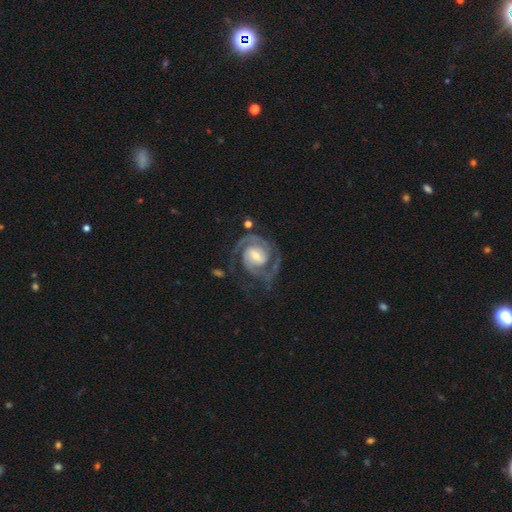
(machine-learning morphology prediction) Smooth or featured?
  - featured or disk: 91% *
  - smooth: 4%
  - star or artifact: 4%
Edge-on disk?
  - no: 98% *
  - yes: 2%
Bar?
  - weak: 49% *
  - no: 27%
  - strong: 24%
Spiral arms?
  - yes: 98% *
  - no: 2%
Spiral winding?
  - tight: 57% *
  - medium: 37%
  - loose: 6%
Spiral arm count?
  - 2: 81% *
  - 3: 8%
  - can't tell: 5%
  - 1: 3%
  - 4: 2%
  - more than 4: 2%
Bulge size?
  - small: 47% *
  - moderate: 44%
  - large: 5%
  - none: 2%
  - dominant: 1%
Merging?
  - none: 71% *
  - minor disturbance: 16%
  - major disturbance: 11%
  - merger: 2%